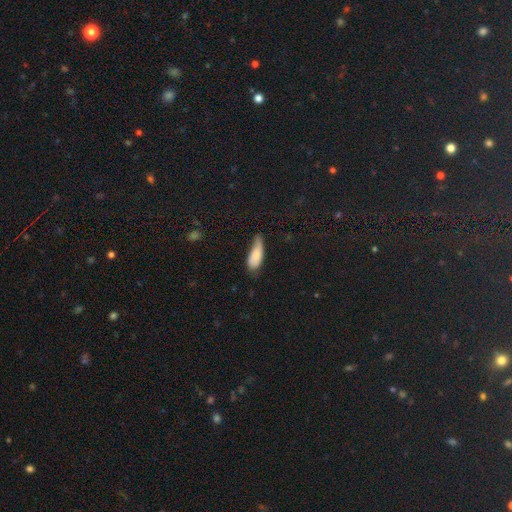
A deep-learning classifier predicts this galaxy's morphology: smooth-or-featured: smooth: 78% | featured or disk: 15% | star or artifact: 7%
  how-rounded: in between: 65% | cigar-shaped: 32% | round: 2%
  merging: minor disturbance: 45% | none: 36% | major disturbance: 16% | merger: 3%